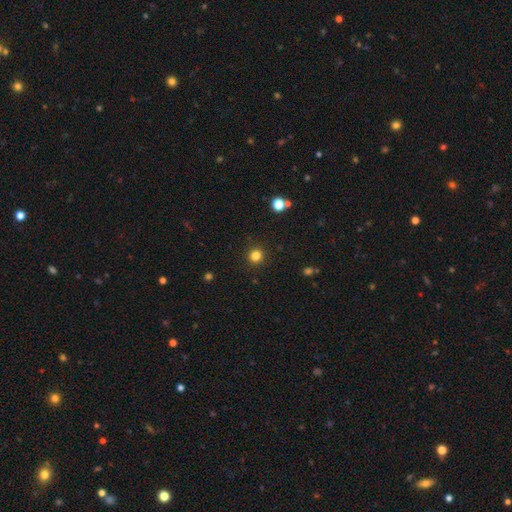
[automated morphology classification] Overall: smooth (83%). How rounded: round (94%). Merging: none (92%).